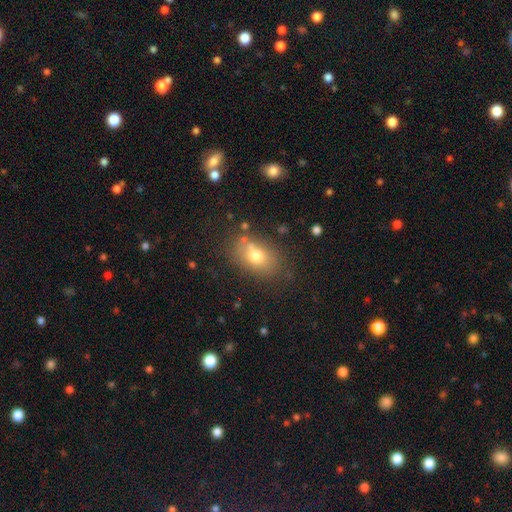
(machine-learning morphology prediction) Smooth or featured?
  - smooth: 71% *
  - featured or disk: 17%
  - star or artifact: 12%
How rounded?
  - in between: 75% *
  - round: 23%
  - cigar-shaped: 2%
Merging?
  - none: 70% *
  - minor disturbance: 17%
  - merger: 7%
  - major disturbance: 6%